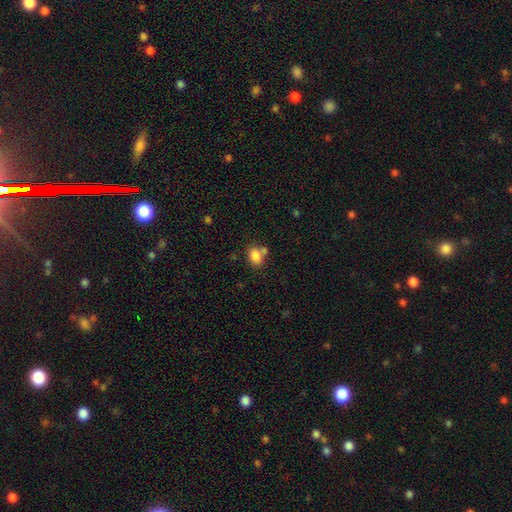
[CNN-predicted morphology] Overall: smooth (84%). How rounded: in between (69%; round 30%). Merging: none (57%; merger 25%).